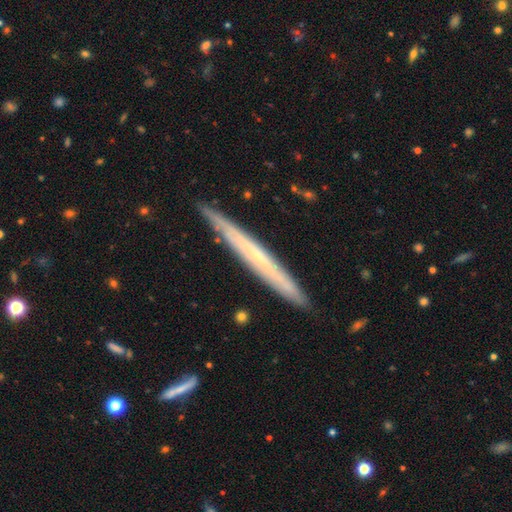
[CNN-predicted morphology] featured or disk 60%, smooth 34%, star or artifact 6%. Down the decision tree: edge-on disk — yes (93%); edge-on bulge — none (75%); merging — none (89%).